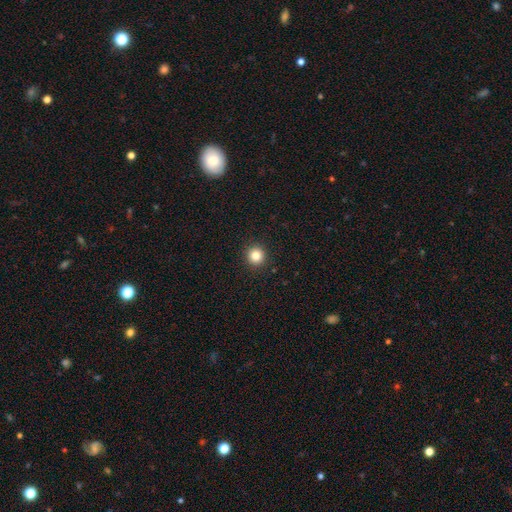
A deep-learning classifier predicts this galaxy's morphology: This appears to be a smooth galaxy with no disk features (83%) that is round (94%). Merging: none (93%).